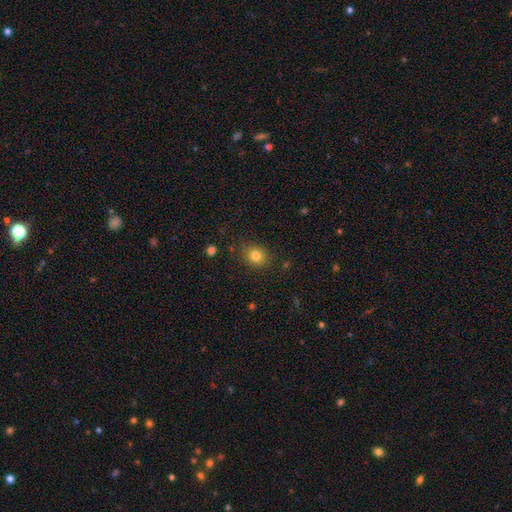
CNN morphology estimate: Q: Smooth or featured?
A: smooth (80%); runner-up: star or artifact (12%)
Q: How rounded?
A: round (69%); runner-up: in between (30%)
Q: Merging?
A: none (84%); runner-up: minor disturbance (11%)